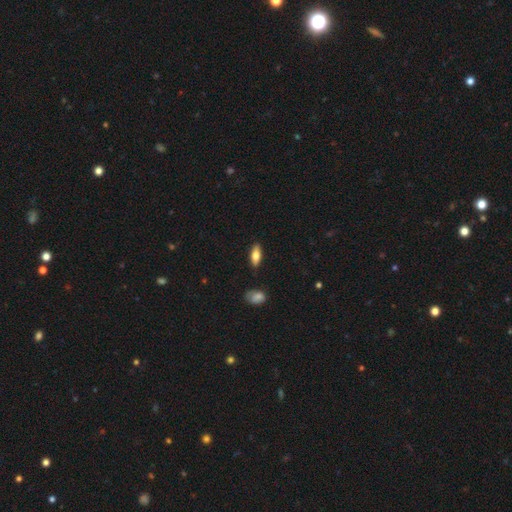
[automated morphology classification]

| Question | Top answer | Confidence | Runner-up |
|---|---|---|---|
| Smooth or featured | smooth | 72% | featured or disk (21%) |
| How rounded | in between | 75% | cigar-shaped (22%) |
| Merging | none | 87% | minor disturbance (10%) |